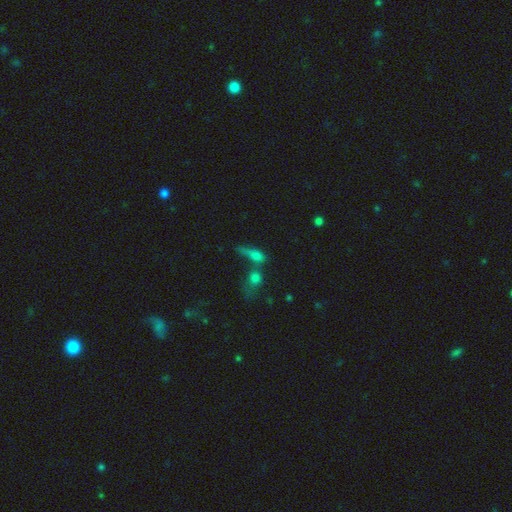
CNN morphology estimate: Q: Smooth or featured?
A: smooth (65%); runner-up: featured or disk (20%)
Q: How rounded?
A: in between (48%); runner-up: cigar-shaped (35%)
Q: Merging?
A: merger (39%); runner-up: none (32%)